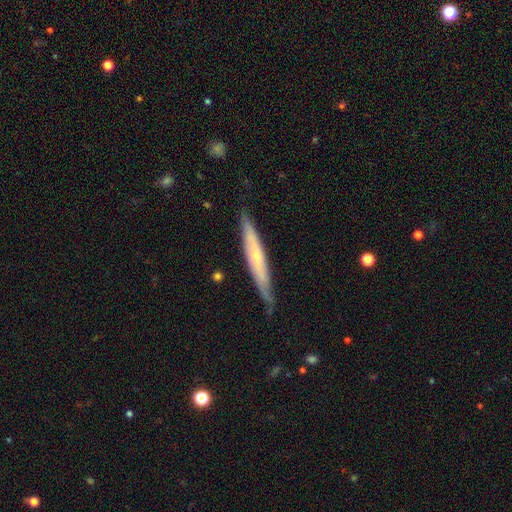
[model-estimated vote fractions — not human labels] A featured or disk galaxy (55%) viewed edge-on (83%). Merging: none (80%).